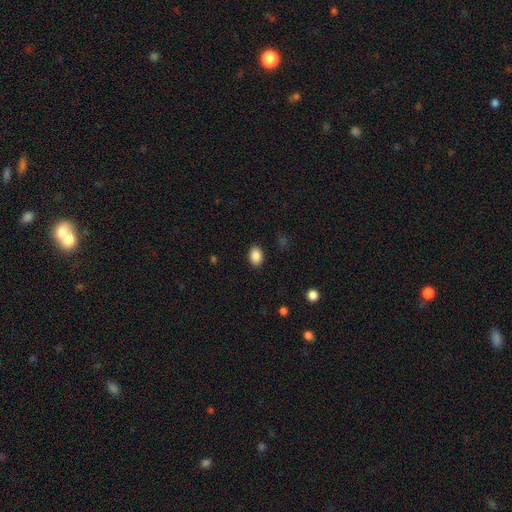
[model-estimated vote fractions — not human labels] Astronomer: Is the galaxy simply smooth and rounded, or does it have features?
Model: smooth — 89%.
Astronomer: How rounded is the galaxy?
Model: in between — 78%.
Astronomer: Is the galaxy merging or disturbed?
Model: none — 89%.